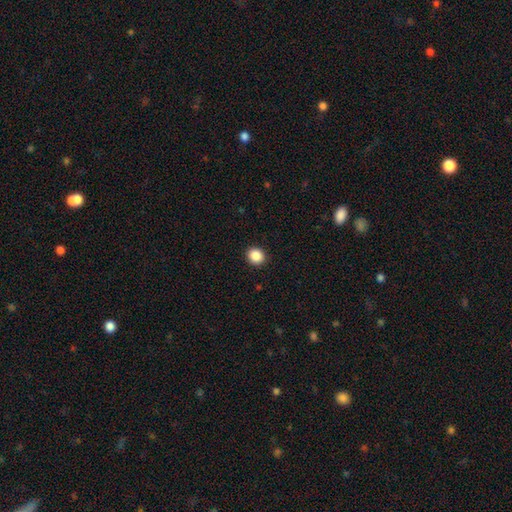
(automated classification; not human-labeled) smooth-or-featured: smooth: 88% | star or artifact: 9% | featured or disk: 3%
  how-rounded: round: 83% | in between: 16% | cigar-shaped: 1%
  merging: none: 93% | minor disturbance: 5% | major disturbance: 2% | merger: 1%